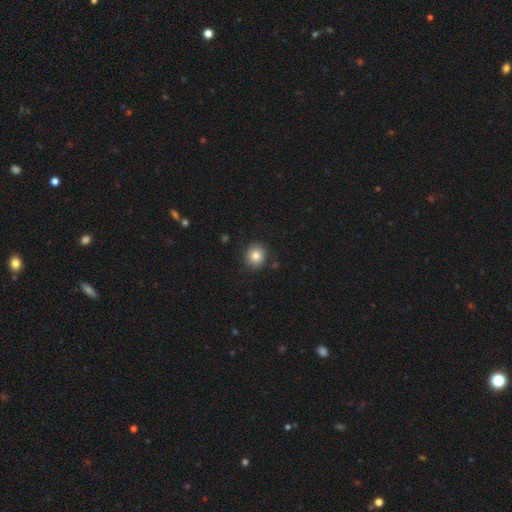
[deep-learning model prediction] A smooth galaxy with no disk features (81%) that is round (87%). Merging: none (86%).